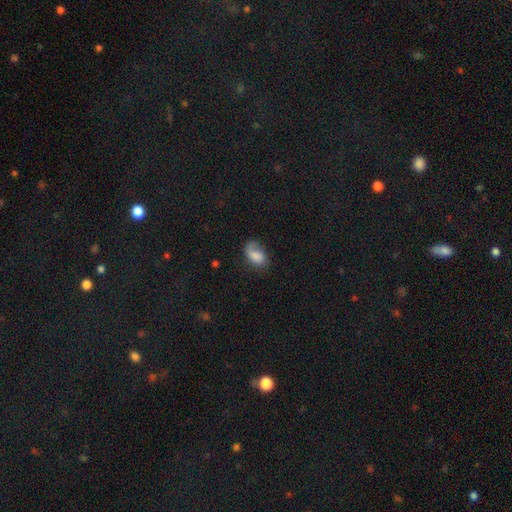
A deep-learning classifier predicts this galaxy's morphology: smooth 71%, featured or disk 21%, star or artifact 8%. Down the decision tree: how rounded — in between (89%); merging — none (48%).